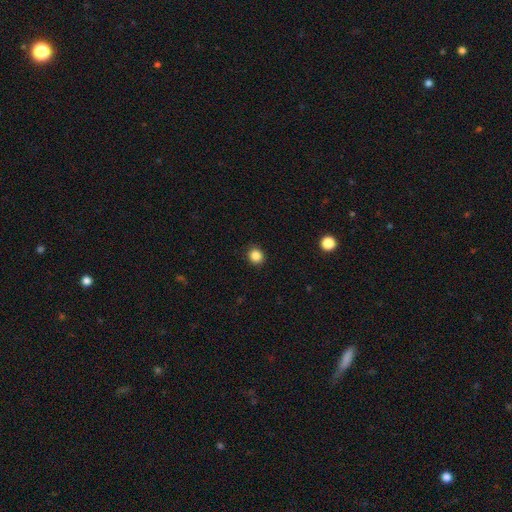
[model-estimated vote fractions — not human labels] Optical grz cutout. It shows a smooth galaxy with no disk features (86%) that is round (85%). Merging: none (91%).